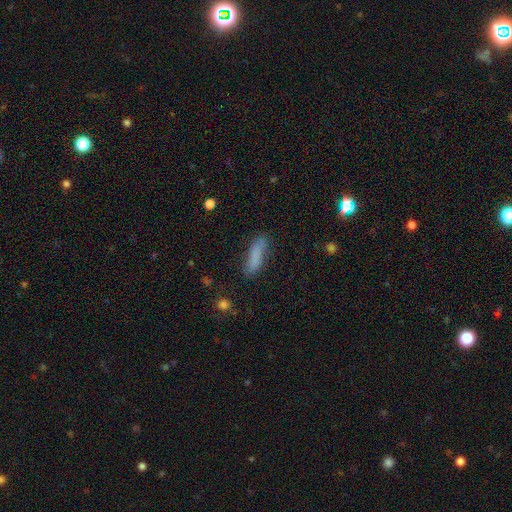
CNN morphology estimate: Smooth or featured? Predicted: smooth (p=0.77). How rounded? Predicted: cigar-shaped (p=0.60). Merging? Predicted: none (p=0.69).